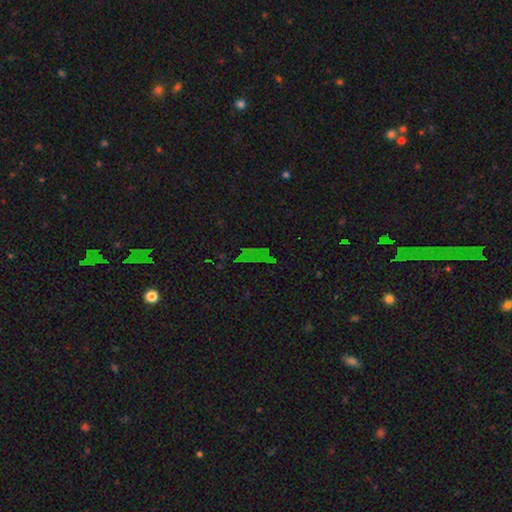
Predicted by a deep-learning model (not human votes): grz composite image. It shows a star or artifact, not a galaxy (65%).